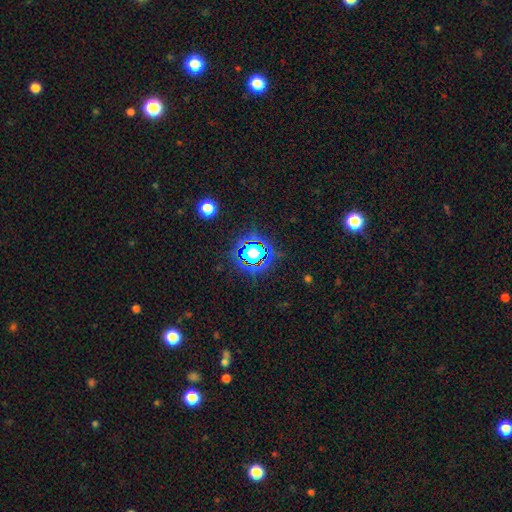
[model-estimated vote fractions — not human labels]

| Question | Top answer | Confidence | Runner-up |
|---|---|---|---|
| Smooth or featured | star or artifact | 79% | smooth (14%) |